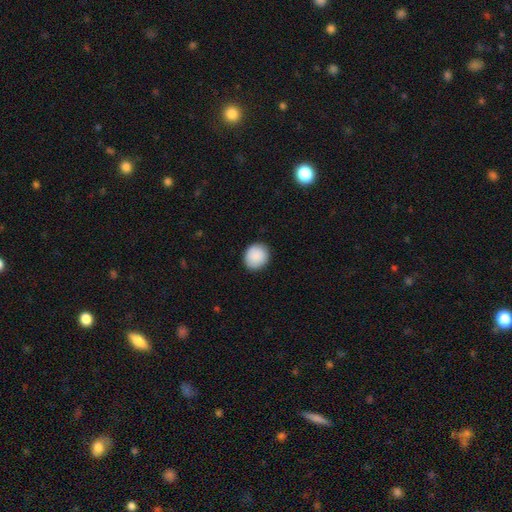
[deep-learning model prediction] Smooth or featured: smooth — 90% (star or artifact — 7%)
How rounded: round — 80% (in between — 19%)
Merging: none — 89% (minor disturbance — 8%)